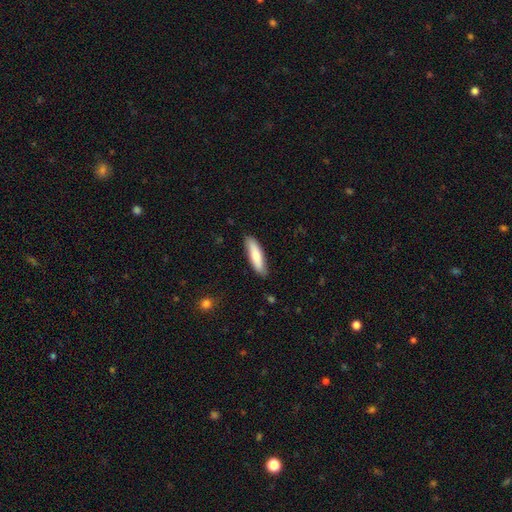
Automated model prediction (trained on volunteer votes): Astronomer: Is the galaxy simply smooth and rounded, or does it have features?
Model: smooth — 75%.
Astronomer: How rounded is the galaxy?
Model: cigar-shaped — 66%.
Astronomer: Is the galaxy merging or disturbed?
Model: none — 86%.